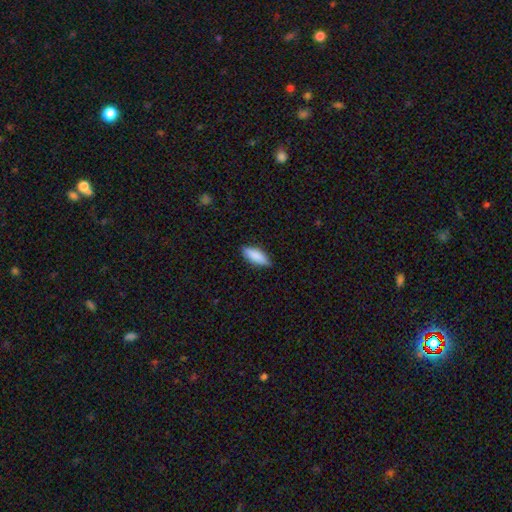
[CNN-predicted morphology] smooth_or_featured: smooth (p=0.86) [alt: featured or disk p=0.08]
how_rounded: in between (p=0.69) [alt: cigar-shaped p=0.29]
merging: none (p=0.86) [alt: minor disturbance p=0.11]